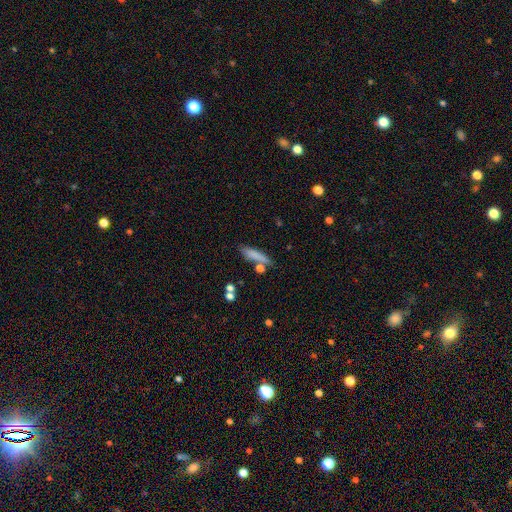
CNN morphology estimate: A smooth galaxy with no disk features (79%) that is cigar-shaped (76%). Merging: none (70%).